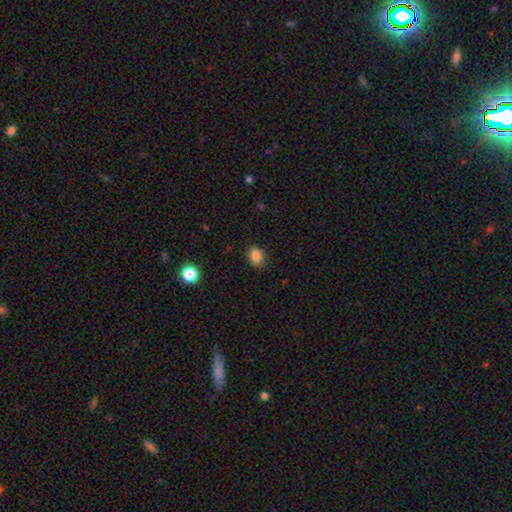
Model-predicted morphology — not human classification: This appears to be a smooth galaxy with no disk features (85%) that is in between round and cigar-shaped (59%). Merging: none (82%).